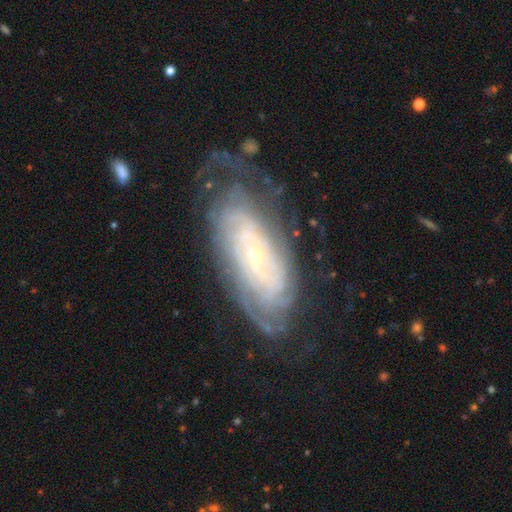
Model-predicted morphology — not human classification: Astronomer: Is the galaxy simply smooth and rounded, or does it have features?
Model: featured or disk — 83%.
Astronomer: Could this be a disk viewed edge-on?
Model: no — 91%.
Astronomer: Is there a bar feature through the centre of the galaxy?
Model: no — 71%.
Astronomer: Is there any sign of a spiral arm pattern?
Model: yes — 92%.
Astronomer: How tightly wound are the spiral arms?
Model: tight — 78%.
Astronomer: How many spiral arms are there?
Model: can't tell — 51%.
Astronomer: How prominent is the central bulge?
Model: small — 80%.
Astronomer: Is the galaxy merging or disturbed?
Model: none — 69%.